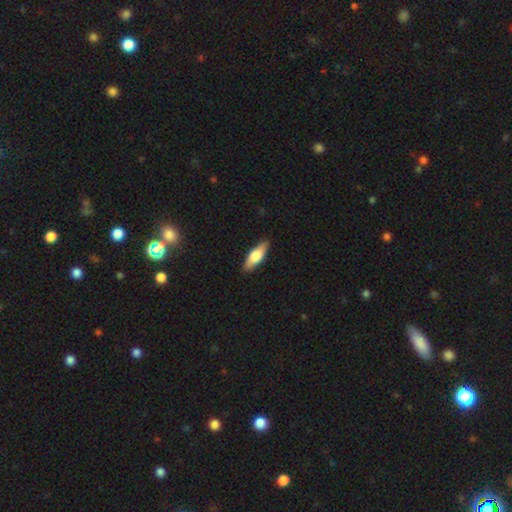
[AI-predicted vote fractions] A smooth galaxy with no disk features (64%) that is in between round and cigar-shaped (61%). Merging: none (88%).